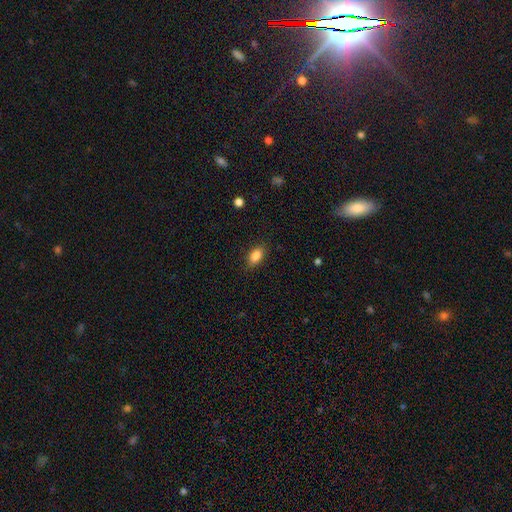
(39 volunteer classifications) Smooth or featured? smooth (87%)
How rounded? in between (91%)
Merging? none (89%)